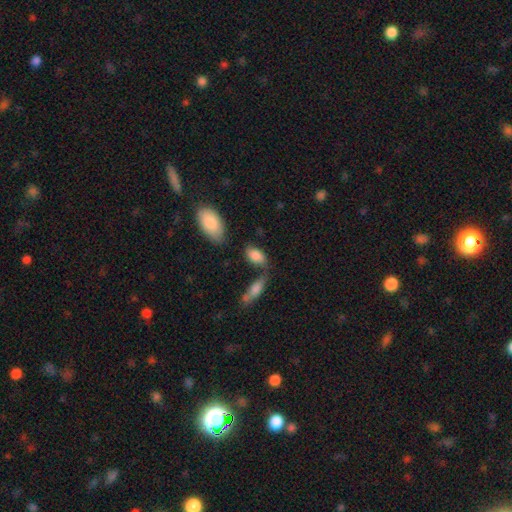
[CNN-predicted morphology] Smooth or featured?
  - smooth: 84% *
  - featured or disk: 9%
  - star or artifact: 7%
How rounded?
  - in between: 90% *
  - cigar-shaped: 5%
  - round: 5%
Merging?
  - none: 55% *
  - merger: 20%
  - minor disturbance: 19%
  - major disturbance: 7%